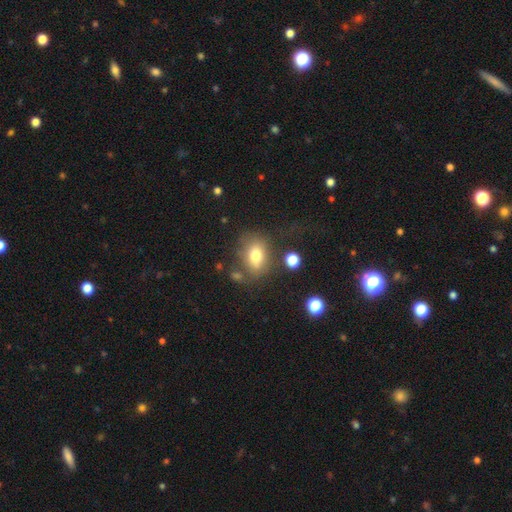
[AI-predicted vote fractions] Smooth or featured? Predicted: smooth (p=0.75). How rounded? Predicted: in between (p=0.69). Merging? Predicted: none (p=0.61).